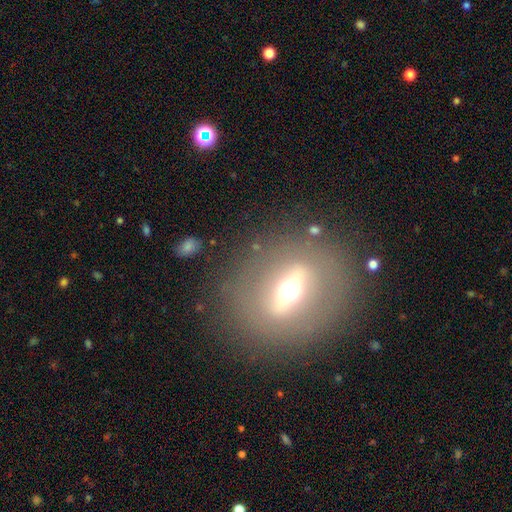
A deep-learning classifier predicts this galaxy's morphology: Overall: featured or disk (61%; smooth 29%). Edge-on disk: no (57%; yes 43%). Merging: none (83%).